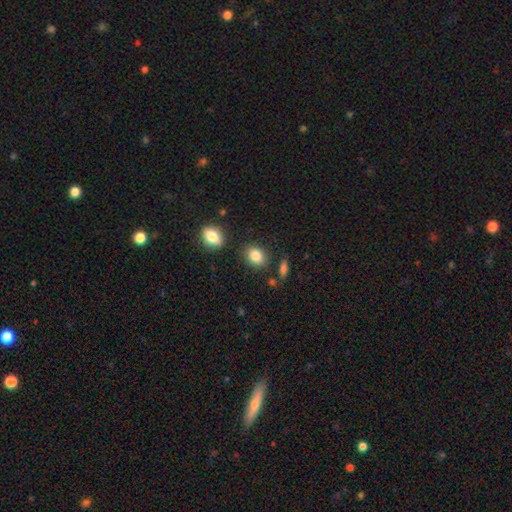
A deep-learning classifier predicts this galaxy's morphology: smooth_or_featured: smooth (p=0.85) [alt: star or artifact p=0.09]
how_rounded: round (p=0.50) [alt: in between p=0.48]
merging: none (p=0.79) [alt: minor disturbance p=0.12]